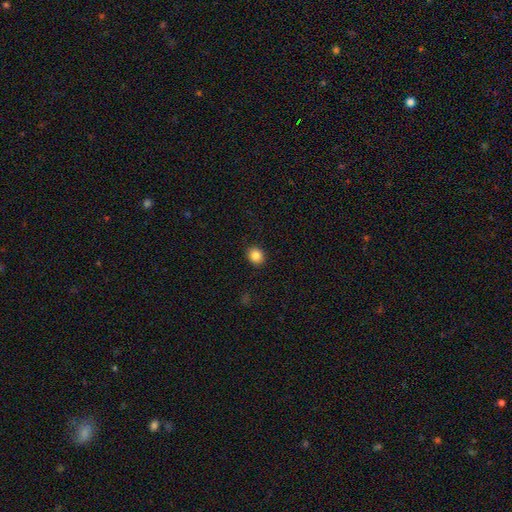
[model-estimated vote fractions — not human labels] The model was most divided on "how rounded": round: 77%, in between: 22%, cigar-shaped: 1%. More confident: merging — none (92%); smooth or featured — smooth (84%).